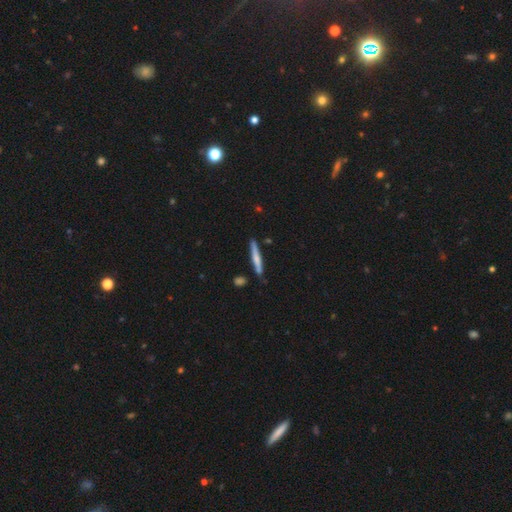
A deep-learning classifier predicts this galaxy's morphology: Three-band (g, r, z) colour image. It shows a featured or disk galaxy (47%). Merging: none (84%).